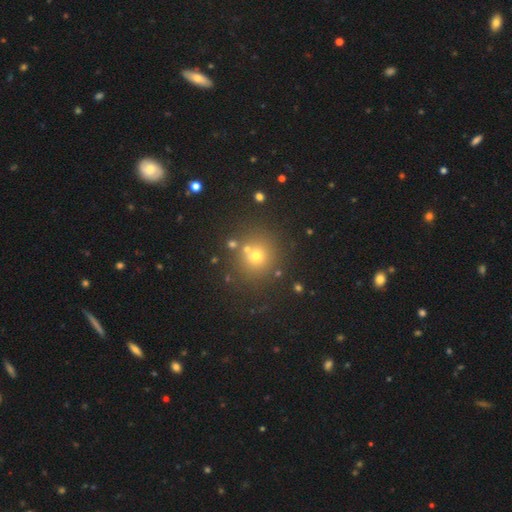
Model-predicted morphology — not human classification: Smooth or featured? Predicted: smooth (p=0.66). How rounded? Predicted: round (p=0.90). Merging? Predicted: none (p=0.76).